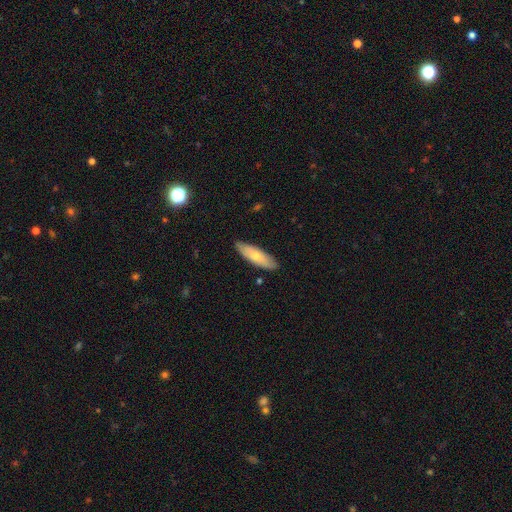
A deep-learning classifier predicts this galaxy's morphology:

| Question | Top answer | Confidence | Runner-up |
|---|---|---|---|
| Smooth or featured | smooth | 64% | featured or disk (31%) |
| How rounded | in between | 51% | cigar-shaped (47%) |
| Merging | none | 85% | minor disturbance (12%) |